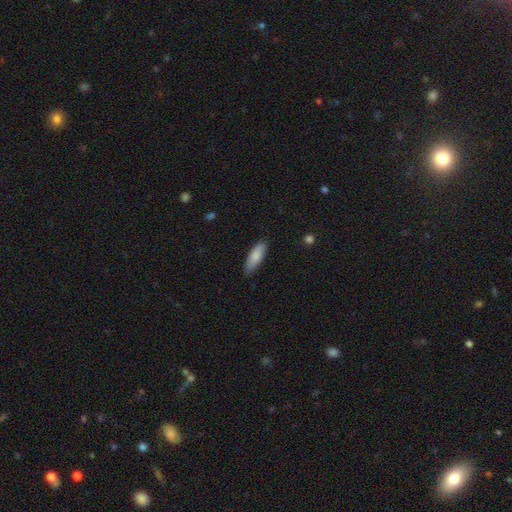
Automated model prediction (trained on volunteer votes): Morphology: type=smooth (84%); roundness=in between (58%); merging=none (83%).